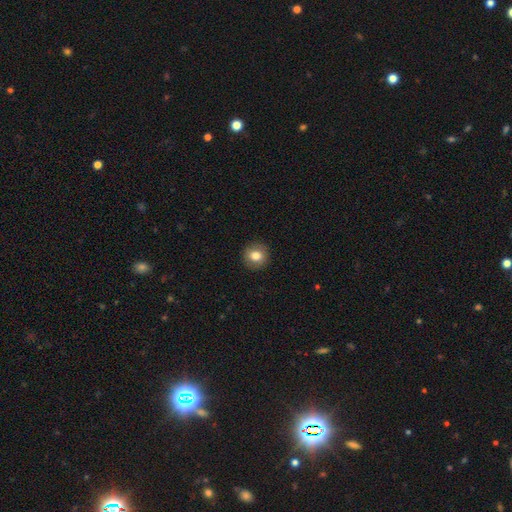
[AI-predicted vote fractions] The model was most divided on "smooth or featured": smooth: 80%, featured or disk: 11%, star or artifact: 9%. More confident: merging — none (92%); how rounded — round (90%).